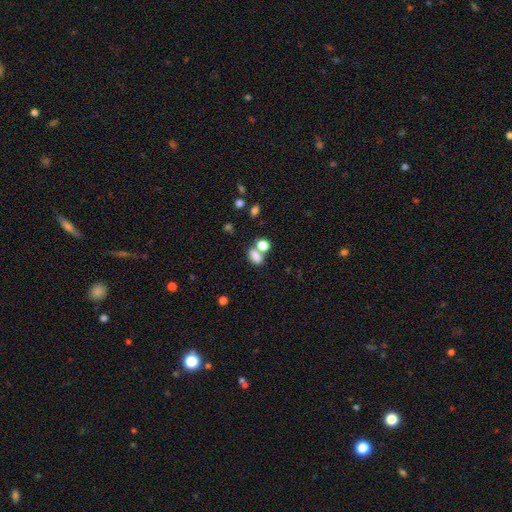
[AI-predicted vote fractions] Smooth or featured?
  - smooth: 78% *
  - star or artifact: 13%
  - featured or disk: 9%
How rounded?
  - in between: 77% *
  - round: 21%
  - cigar-shaped: 2%
Merging?
  - merger: 44% *
  - none: 39%
  - minor disturbance: 11%
  - major disturbance: 6%